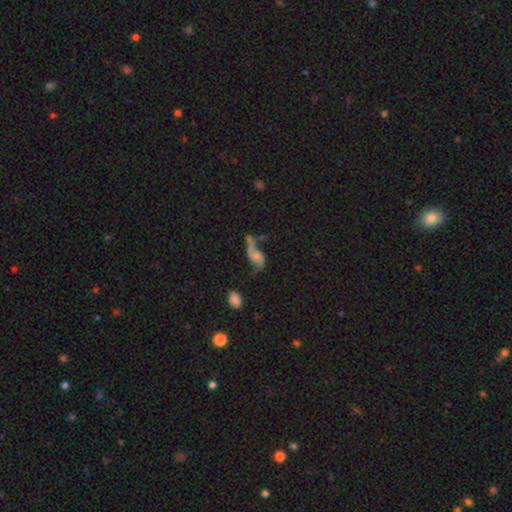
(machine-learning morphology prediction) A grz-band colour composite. It shows a featured or disk galaxy (62%) with no bar (66%), spiral arms (80%) and a small central bulge (44%). Merging: none (37%).